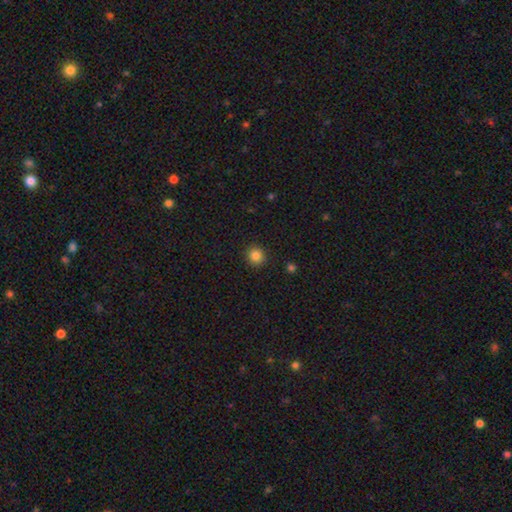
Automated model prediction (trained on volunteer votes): Q: Smooth or featured?
A: smooth (84%); runner-up: star or artifact (12%)
Q: How rounded?
A: round (91%); runner-up: in between (8%)
Q: Merging?
A: none (92%); runner-up: minor disturbance (5%)